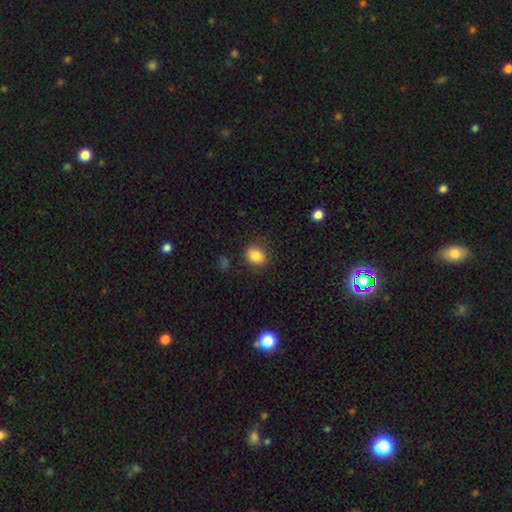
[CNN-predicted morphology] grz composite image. It shows a smooth galaxy with no disk features (85%) that is round (52%). Merging: none (81%).